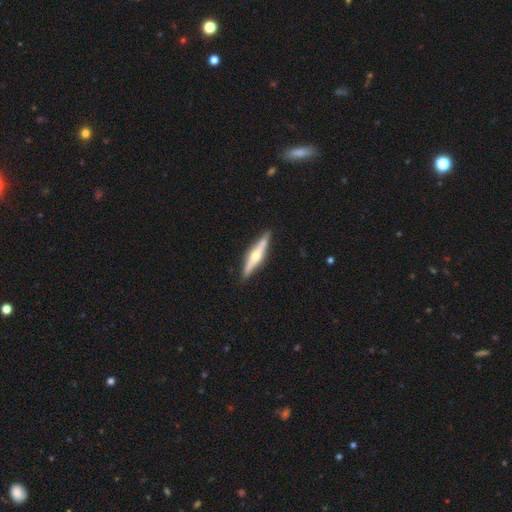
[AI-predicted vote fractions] Smooth or featured: featured or disk — 67% (smooth — 28%)
Edge-on disk: yes — 95% (no — 5%)
Edge-on bulge: rounded — 90% (boxy — 5%)
Merging: none — 88% (minor disturbance — 9%)